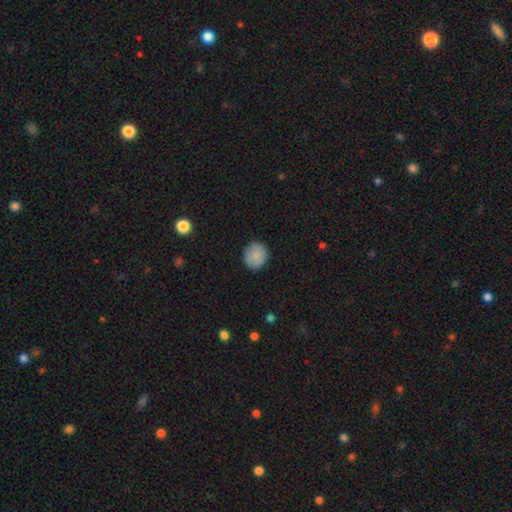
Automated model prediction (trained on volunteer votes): Smooth or featured? Predicted: smooth (p=0.86). How rounded? Predicted: round (p=0.84). Merging? Predicted: none (p=0.87).